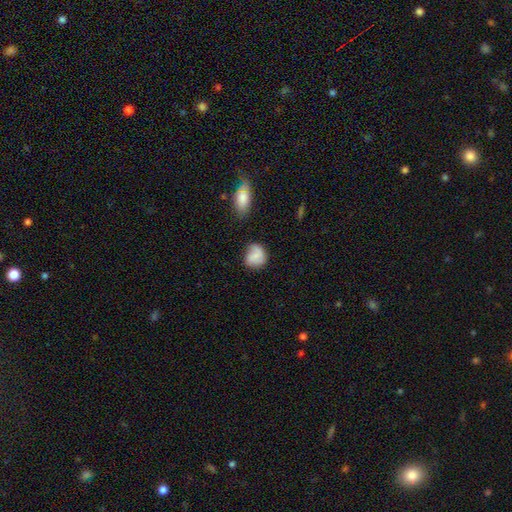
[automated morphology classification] Smooth or featured: smooth — 74% (featured or disk — 18%)
How rounded: round — 71% (in between — 28%)
Merging: none — 60% (minor disturbance — 28%)